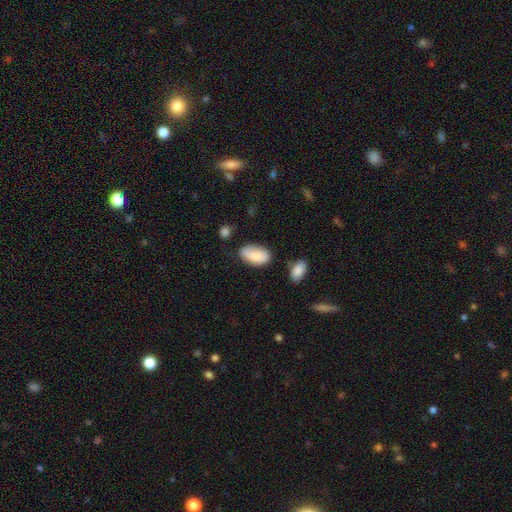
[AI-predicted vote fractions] This appears to be a smooth galaxy with no disk features (83%) that is in between round and cigar-shaped (94%). Merging: none (63%).